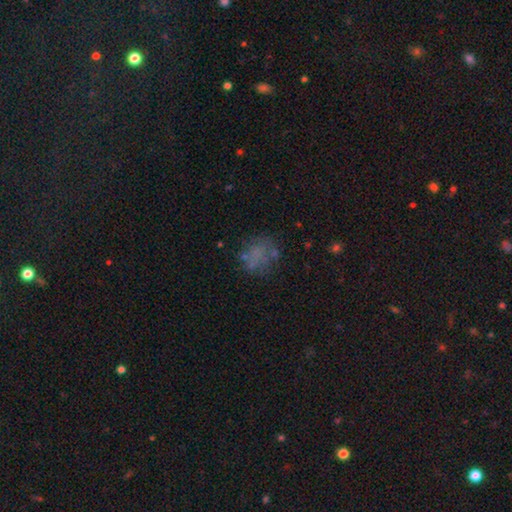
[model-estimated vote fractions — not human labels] smooth_or_featured: smooth (p=0.53) [alt: featured or disk p=0.30]
how_rounded: round (p=0.57) [alt: in between p=0.42]
merging: none (p=0.56) [alt: minor disturbance p=0.20]